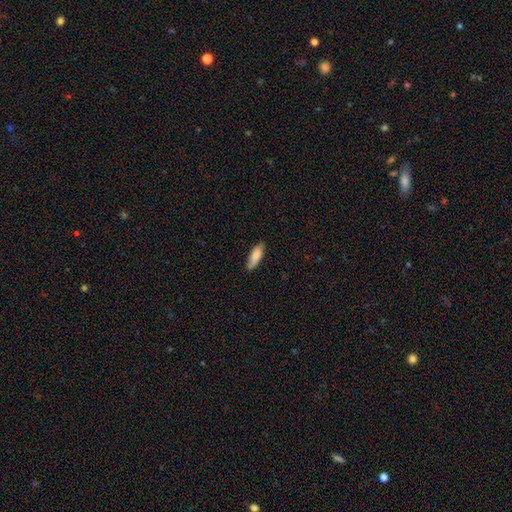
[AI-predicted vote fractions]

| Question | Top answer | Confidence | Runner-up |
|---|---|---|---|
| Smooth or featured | smooth | 85% | featured or disk (9%) |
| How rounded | in between | 51% | cigar-shaped (47%) |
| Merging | none | 80% | minor disturbance (16%) |